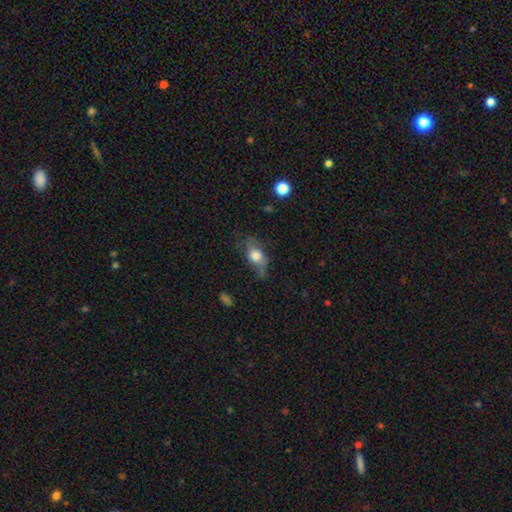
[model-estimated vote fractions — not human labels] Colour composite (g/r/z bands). It shows a smooth galaxy with no disk features (60%) that is in between round and cigar-shaped (74%). Merging: none (46%).